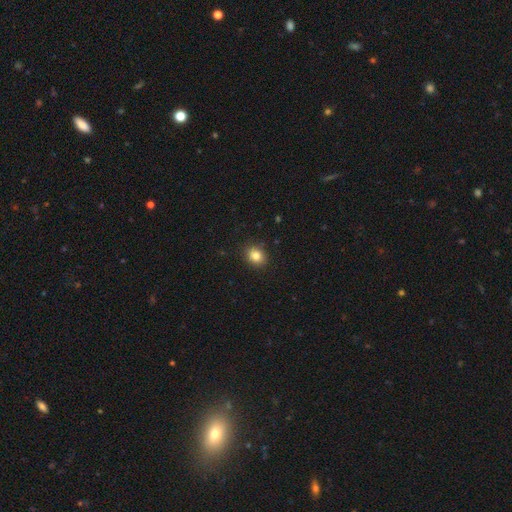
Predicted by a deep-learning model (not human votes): smooth_or_featured: smooth (p=0.84) [alt: star or artifact p=0.10]
how_rounded: round (p=0.56) [alt: in between p=0.43]
merging: none (p=0.89) [alt: minor disturbance p=0.08]